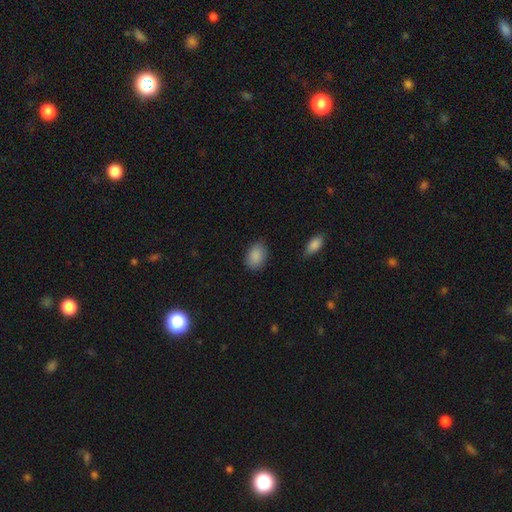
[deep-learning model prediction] Q: Smooth or featured?
A: smooth (88%); runner-up: star or artifact (8%)
Q: How rounded?
A: in between (79%); runner-up: round (20%)
Q: Merging?
A: none (82%); runner-up: minor disturbance (14%)